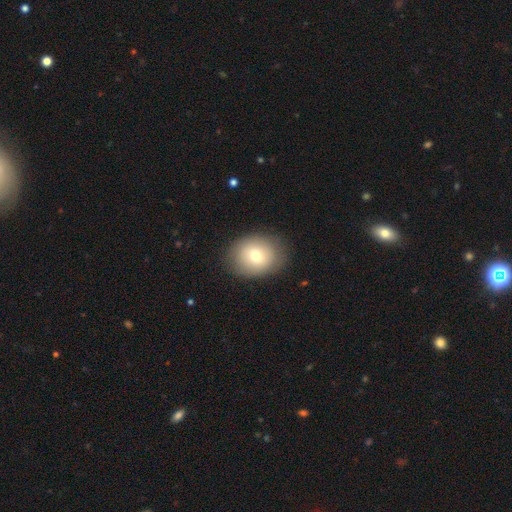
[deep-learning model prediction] Smooth or featured?
  - smooth: 73% *
  - featured or disk: 17%
  - star or artifact: 9%
How rounded?
  - in between: 50% *
  - round: 49%
  - cigar-shaped: 1%
Merging?
  - none: 86% *
  - minor disturbance: 10%
  - major disturbance: 3%
  - merger: 1%